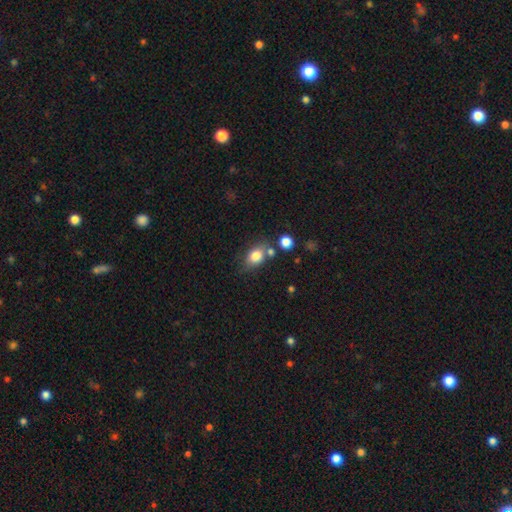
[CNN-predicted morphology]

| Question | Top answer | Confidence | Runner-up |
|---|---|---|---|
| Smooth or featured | smooth | 79% | featured or disk (11%) |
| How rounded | in between | 69% | round (29%) |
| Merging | none | 61% | minor disturbance (18%) |